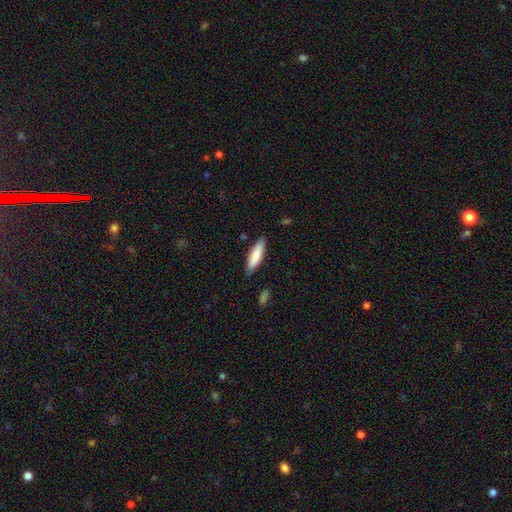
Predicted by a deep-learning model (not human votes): A smooth galaxy with no disk features (82%) that is cigar-shaped (66%).

Vote fractions:
- Smooth or featured? smooth: 82% / featured or disk: 13% / star or artifact: 5%
- How rounded? cigar-shaped: 66% / in between: 33% / round: 1%
- Merging? none: 84% / minor disturbance: 12% / major disturbance: 2% / merger: 2%